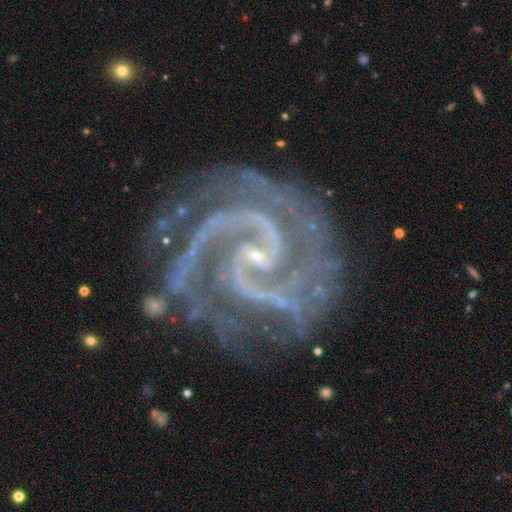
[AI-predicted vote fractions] Q: Smooth or featured?
A: featured or disk (93%); runner-up: star or artifact (5%)
Q: Edge-on disk?
A: no (98%); runner-up: yes (2%)
Q: Bar?
A: weak (43%); runner-up: no (30%)
Q: Spiral arms?
A: yes (99%); runner-up: no (1%)
Q: Spiral winding?
A: tight (48%); runner-up: medium (46%)
Q: Spiral arm count?
A: 2 (80%); runner-up: 3 (7%)
Q: Bulge size?
A: small (78%); runner-up: none (13%)
Q: Merging?
A: none (71%); runner-up: minor disturbance (18%)